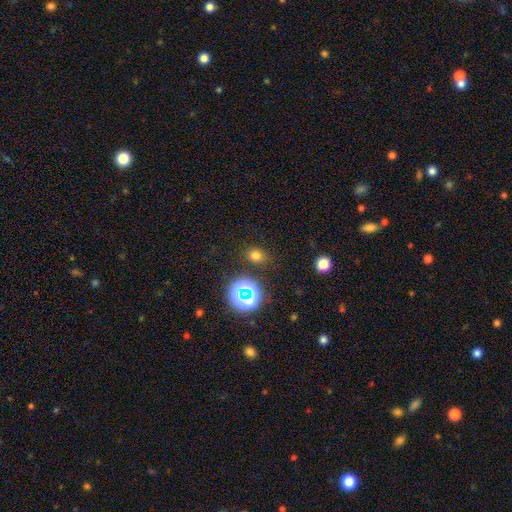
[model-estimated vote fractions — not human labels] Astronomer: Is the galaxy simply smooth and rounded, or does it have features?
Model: smooth — 70%.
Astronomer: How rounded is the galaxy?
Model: round — 51% (runner-up: in between, 48%).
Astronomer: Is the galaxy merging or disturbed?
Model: none — 84%.